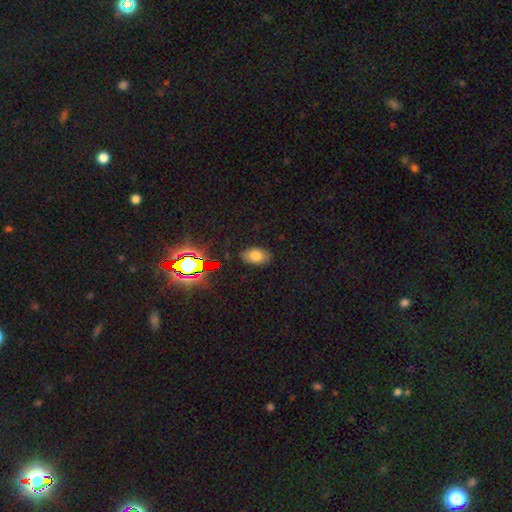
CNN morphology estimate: smooth-or-featured: smooth: 73% | star or artifact: 16% | featured or disk: 11%
  how-rounded: in between: 89% | round: 10% | cigar-shaped: 1%
  merging: none: 85% | minor disturbance: 11% | major disturbance: 3% | merger: 1%